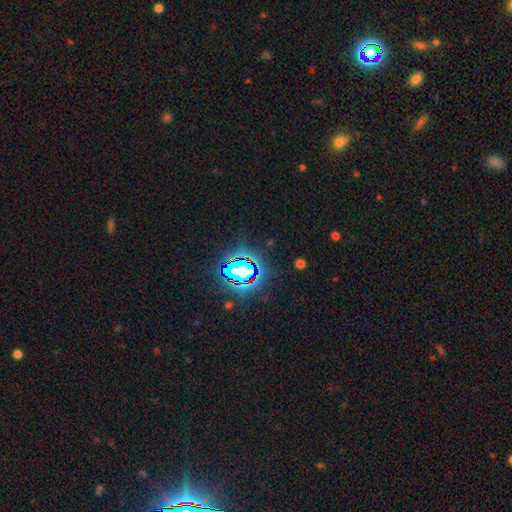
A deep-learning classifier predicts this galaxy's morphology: A star or artifact, not a galaxy (81%).

Vote fractions:
- Smooth or featured? star or artifact: 81% / smooth: 12% / featured or disk: 7%